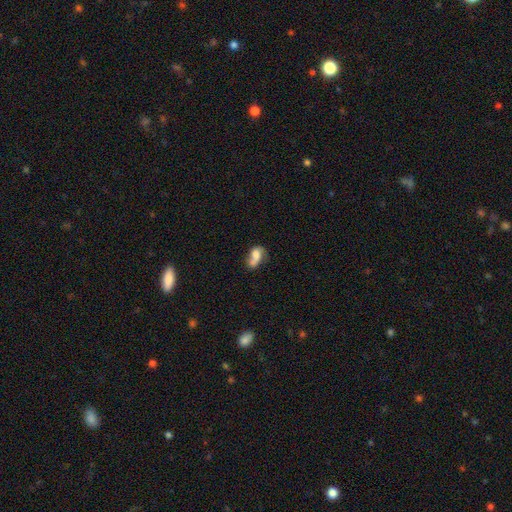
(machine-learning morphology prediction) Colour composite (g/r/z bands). It shows a smooth galaxy with no disk features (60%) that is in between round and cigar-shaped (83%). Merging: none (29%, tied with merger).